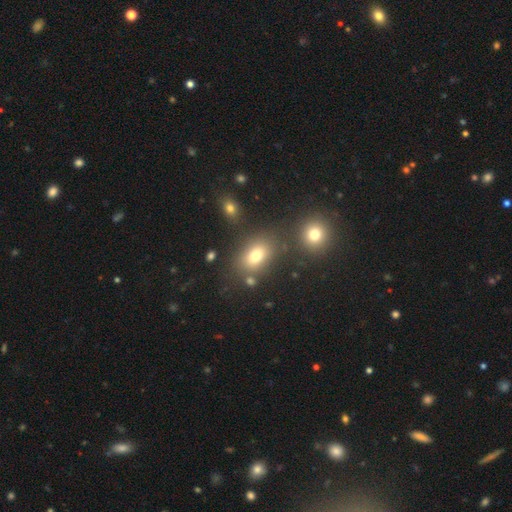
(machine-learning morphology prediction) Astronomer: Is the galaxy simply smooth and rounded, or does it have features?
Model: smooth — 75%.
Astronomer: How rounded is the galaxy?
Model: in between — 76%.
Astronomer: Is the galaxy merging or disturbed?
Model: none — 71%.